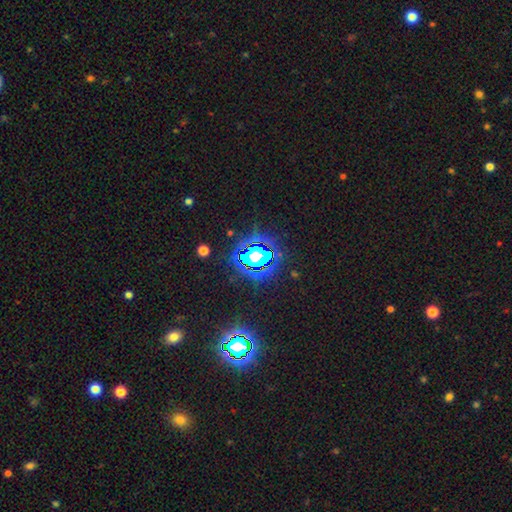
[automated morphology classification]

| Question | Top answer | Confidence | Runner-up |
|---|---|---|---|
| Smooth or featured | star or artifact | 68% | smooth (20%) |